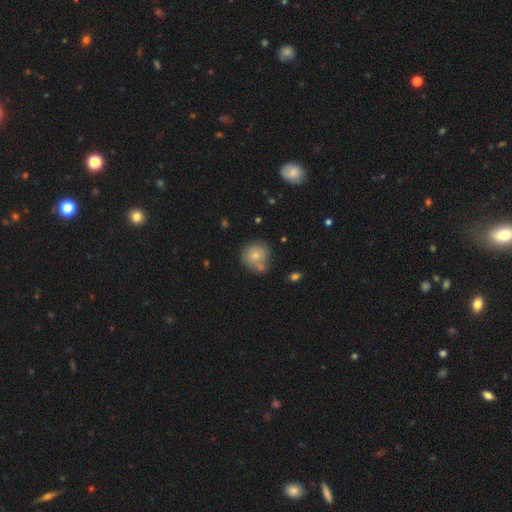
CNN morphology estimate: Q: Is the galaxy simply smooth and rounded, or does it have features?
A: smooth — 76%.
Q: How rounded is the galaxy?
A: round — 90%.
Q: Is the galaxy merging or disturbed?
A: none — 58%.